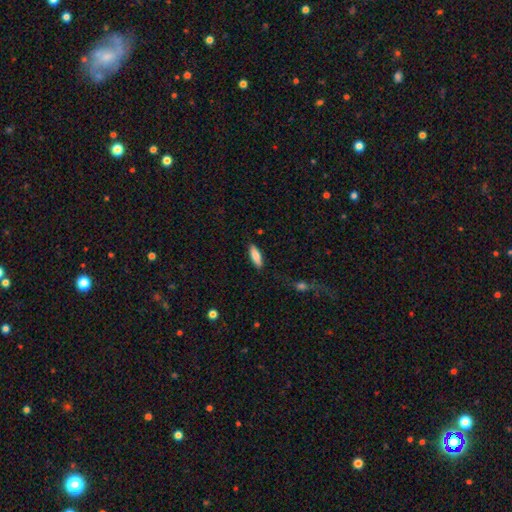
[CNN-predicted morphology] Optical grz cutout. It shows a smooth galaxy with no disk features (83%) that is in between round and cigar-shaped (54%). Merging: none (87%).